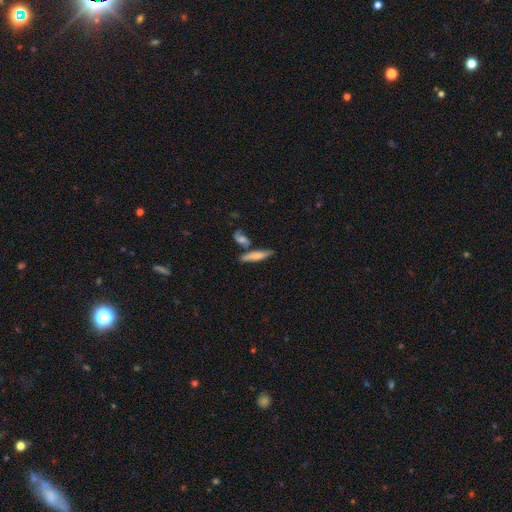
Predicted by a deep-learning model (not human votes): smooth-or-featured: smooth: 65% | featured or disk: 29% | star or artifact: 7%
  how-rounded: cigar-shaped: 80% | in between: 18% | round: 3%
  merging: none: 64% | merger: 19% | minor disturbance: 13% | major disturbance: 4%